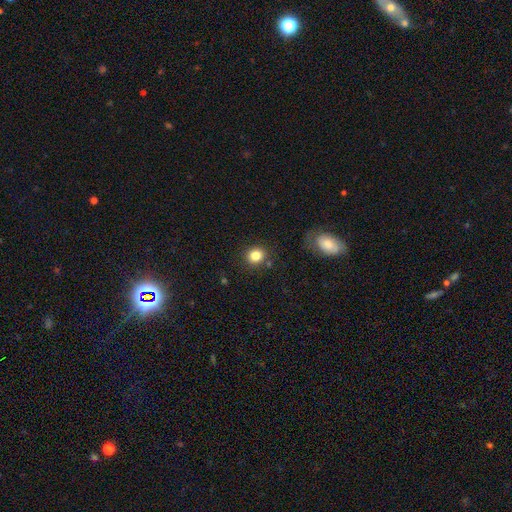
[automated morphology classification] Smooth or featured?
  - smooth: 83% *
  - star or artifact: 11%
  - featured or disk: 6%
How rounded?
  - round: 80% *
  - in between: 19%
  - cigar-shaped: 1%
Merging?
  - none: 86% *
  - minor disturbance: 8%
  - merger: 3%
  - major disturbance: 3%